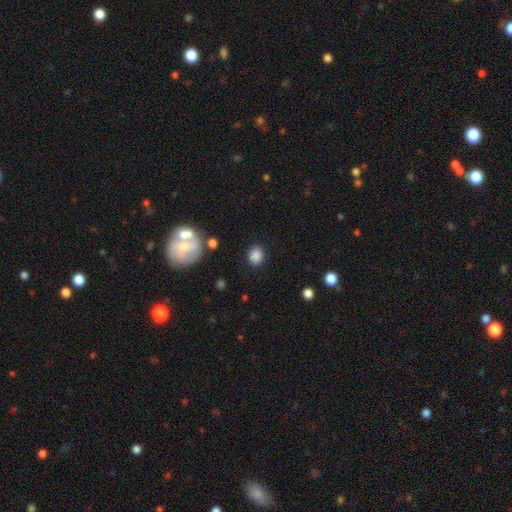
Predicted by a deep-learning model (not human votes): Smooth or featured: smooth — 84% (star or artifact — 10%)
How rounded: round — 53% (in between — 46%)
Merging: none — 84% (minor disturbance — 10%)